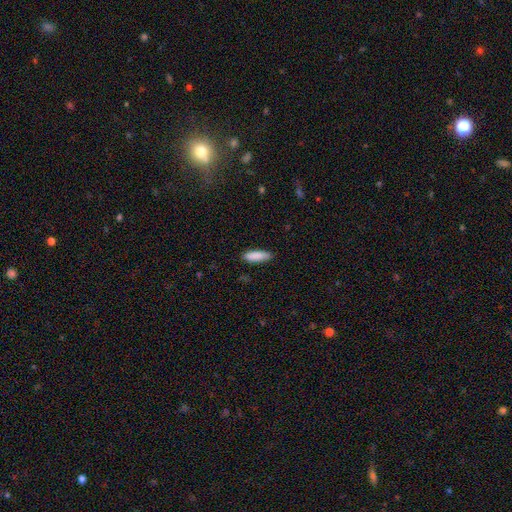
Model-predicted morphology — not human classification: Smooth or featured?
  - smooth: 88% *
  - star or artifact: 6%
  - featured or disk: 6%
How rounded?
  - cigar-shaped: 51% *
  - in between: 47%
  - round: 2%
Merging?
  - none: 84% *
  - minor disturbance: 12%
  - major disturbance: 2%
  - merger: 1%